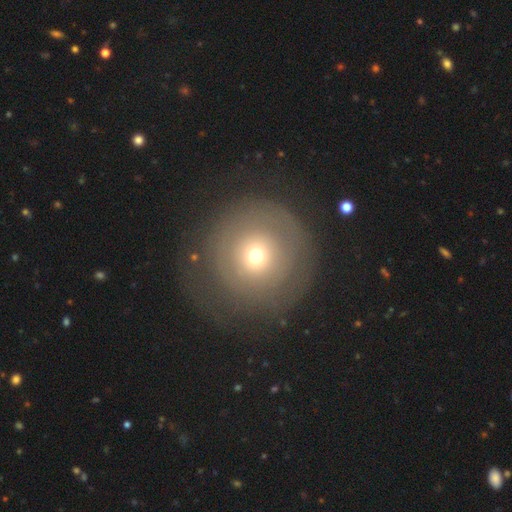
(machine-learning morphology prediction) Smooth or featured? smooth (50%)
How rounded? round (94%)
Merging? none (65%)